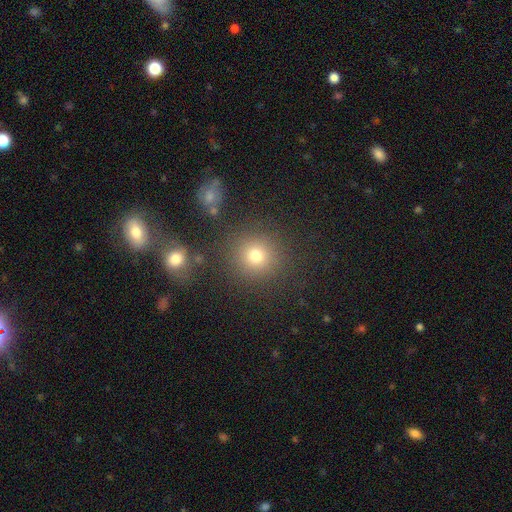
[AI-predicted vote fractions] smooth 76%, star or artifact 16%, featured or disk 8%. Down the decision tree: how rounded — round (92%); merging — none (83%).